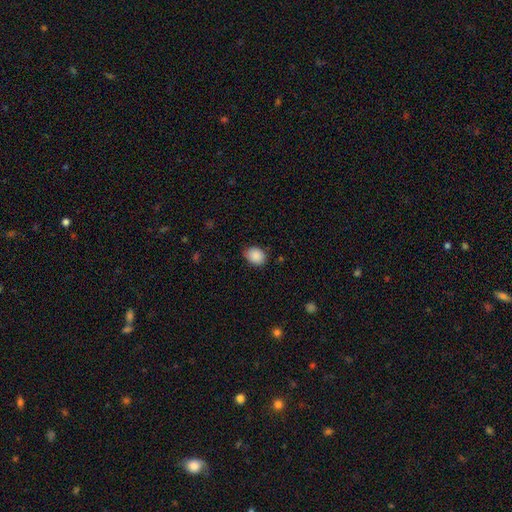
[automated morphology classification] Smooth or featured? Predicted: smooth (p=0.89). How rounded? Predicted: in between (p=0.54). Merging? Predicted: none (p=0.78).